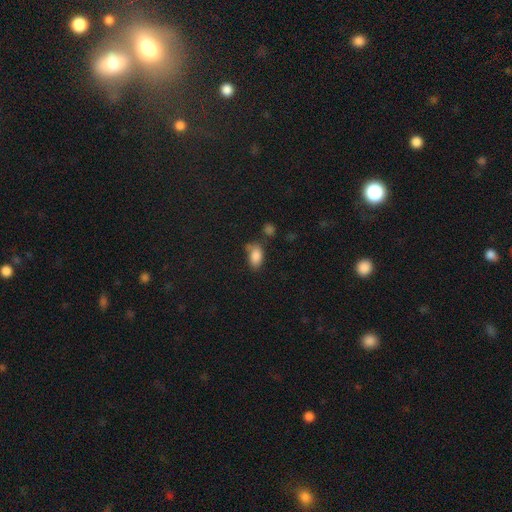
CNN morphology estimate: smooth-or-featured: smooth: 85% | star or artifact: 9% | featured or disk: 6%
  how-rounded: in between: 91% | round: 7% | cigar-shaped: 2%
  merging: none: 55% | minor disturbance: 26% | merger: 11% | major disturbance: 9%